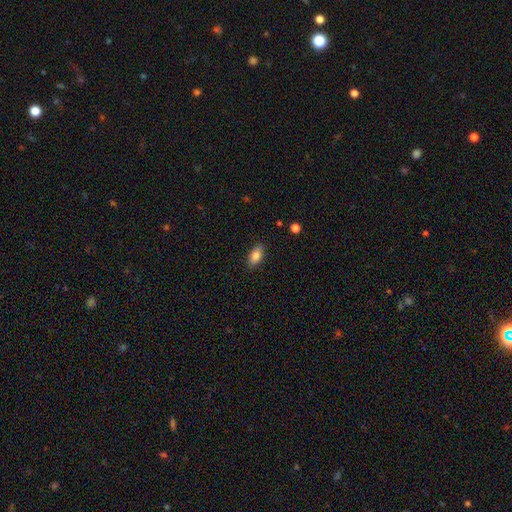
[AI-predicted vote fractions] Smooth or featured? smooth (83%)
How rounded? in between (89%)
Merging? none (88%)